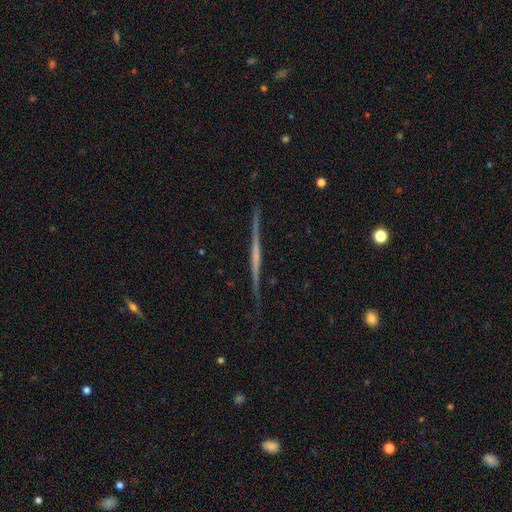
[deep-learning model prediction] Smooth or featured? featured or disk (75%)
Edge-on disk? yes (98%)
Edge-on bulge? none (69%)
Merging? none (89%)